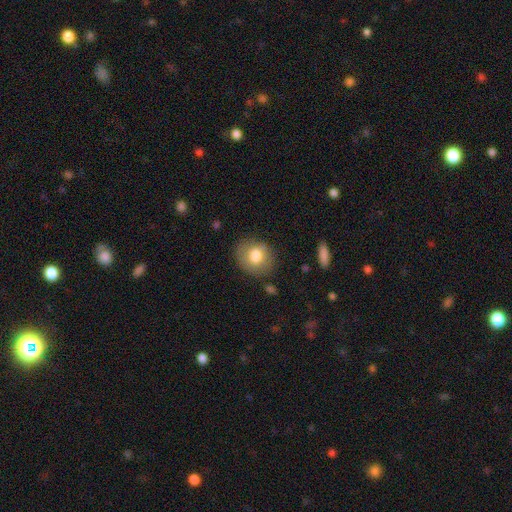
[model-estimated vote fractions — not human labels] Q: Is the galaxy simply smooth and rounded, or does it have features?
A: smooth — 78%.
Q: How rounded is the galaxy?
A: round — 73%.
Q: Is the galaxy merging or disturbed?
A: none — 78%.